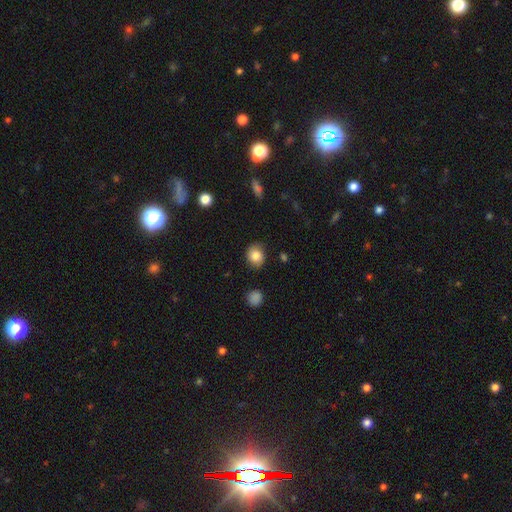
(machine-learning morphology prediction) Smooth or featured? Predicted: smooth (p=0.83). How rounded? Predicted: round (p=0.73). Merging? Predicted: none (p=0.82).